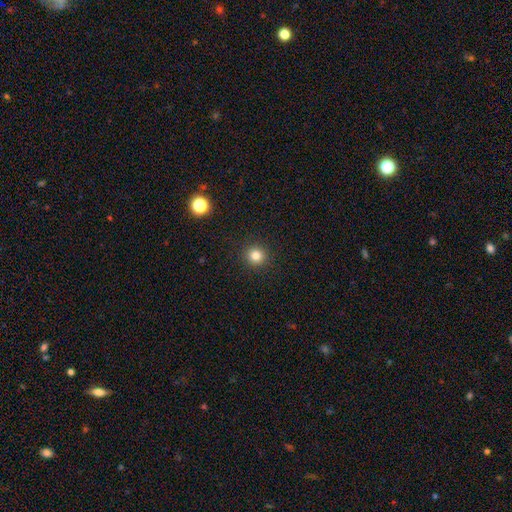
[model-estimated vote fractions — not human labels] This appears to be a smooth galaxy with no disk features (82%) that is round (94%). Merging: none (92%).